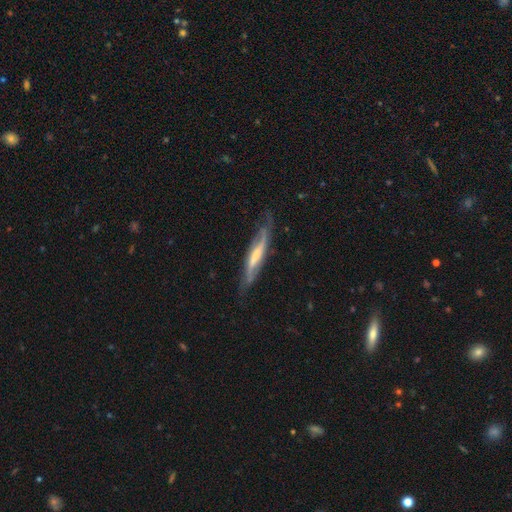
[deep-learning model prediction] Smooth or featured? featured or disk (71%)
Edge-on disk? yes (54%)
Merging? none (65%)